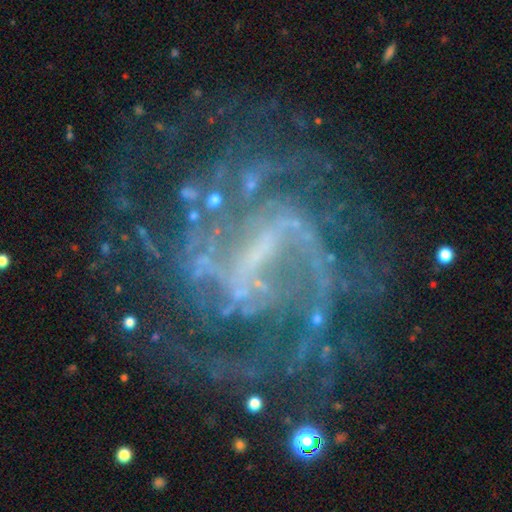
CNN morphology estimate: featured or disk 86%, star or artifact 9%, smooth 5%. Down the decision tree: edge-on disk — no (98%); bar — strong (45%); spiral arms — yes (91%); spiral arm count — 2 (31%); spiral winding — medium (43%); bulge size — none (49%); merging — none (60%).